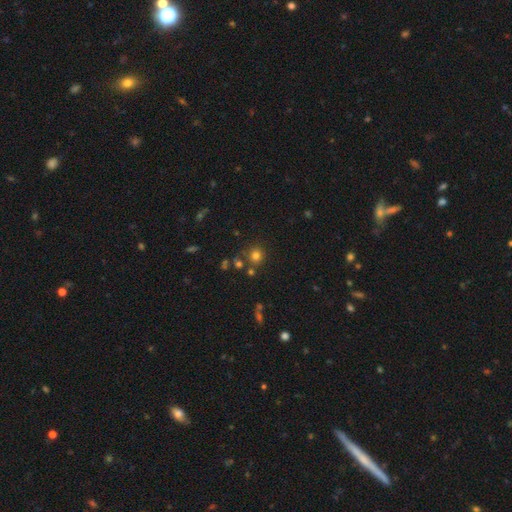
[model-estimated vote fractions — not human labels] Morphology: type=smooth (75%); roundness=round (89%); merging=none (76%).